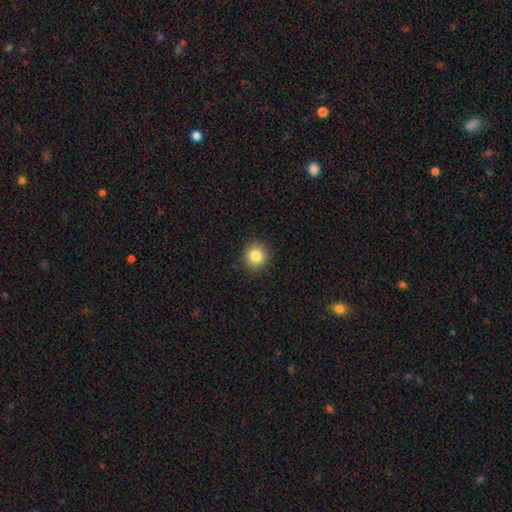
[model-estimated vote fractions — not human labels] Smooth or featured: smooth — 84% (star or artifact — 10%)
How rounded: round — 91% (in between — 8%)
Merging: none — 91% (minor disturbance — 6%)